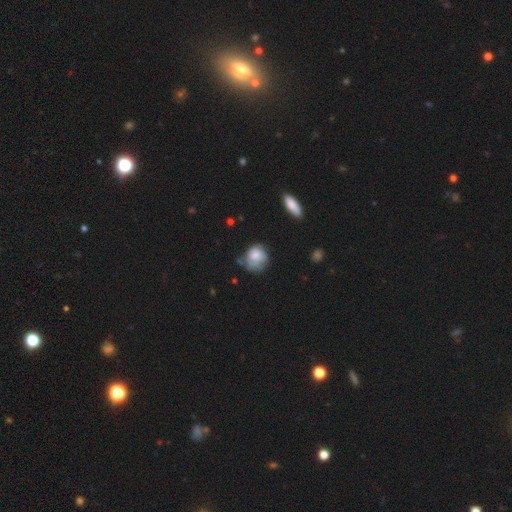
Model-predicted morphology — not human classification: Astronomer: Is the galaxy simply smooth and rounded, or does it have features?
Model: smooth — 69%.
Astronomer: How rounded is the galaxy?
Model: round — 72%.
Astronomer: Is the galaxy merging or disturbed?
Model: none — 44% (runner-up: minor disturbance, 34%).